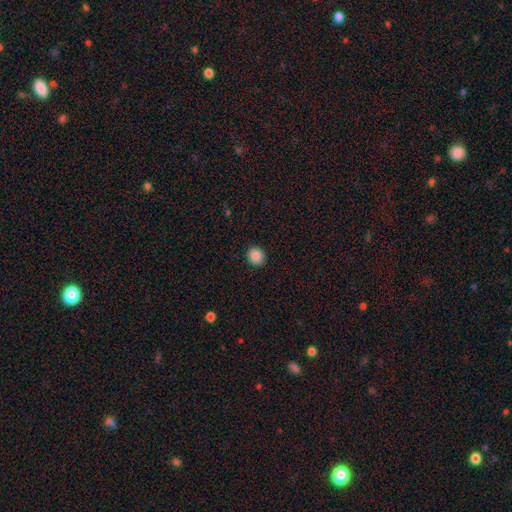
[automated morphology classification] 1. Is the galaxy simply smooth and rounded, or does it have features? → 88% smooth, 9% star or artifact, 3% featured or disk.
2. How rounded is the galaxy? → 87% round, 12% in between, 1% cigar-shaped.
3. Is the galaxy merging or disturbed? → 92% none, 6% minor disturbance, 2% major disturbance, 1% merger.